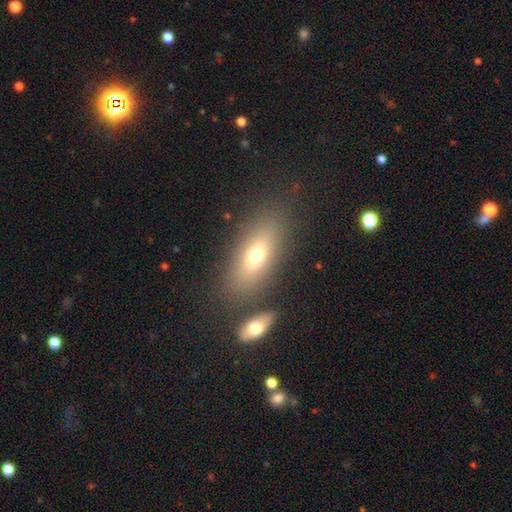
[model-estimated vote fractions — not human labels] Smooth or featured? Predicted: smooth (p=0.68). How rounded? Predicted: in between (p=0.75). Merging? Predicted: none (p=0.75).